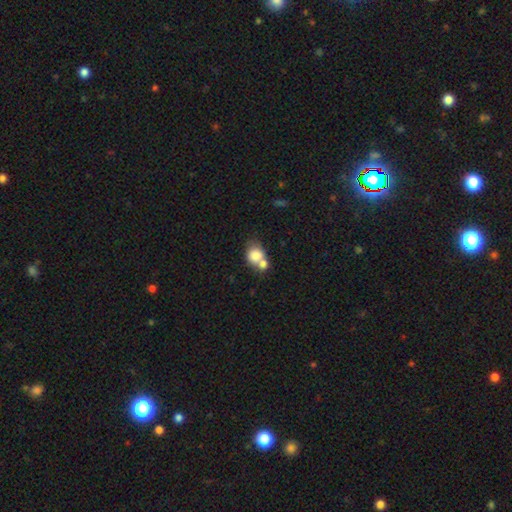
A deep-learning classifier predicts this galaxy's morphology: This is likely a smooth galaxy (79%). How rounded: likely round (60%). Merging: possibly merger (55%).